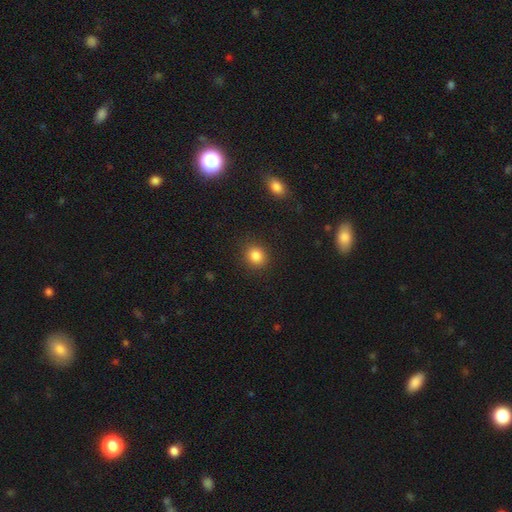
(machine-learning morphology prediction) This is clearly a smooth galaxy (85%). How rounded: likely round (79%). Merging: clearly none (89%).